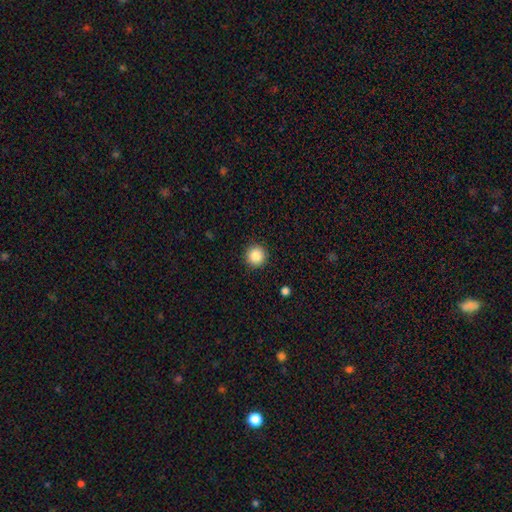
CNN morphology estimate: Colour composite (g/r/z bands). It shows a smooth galaxy with no disk features (86%) that is round (96%). Merging: none (92%).